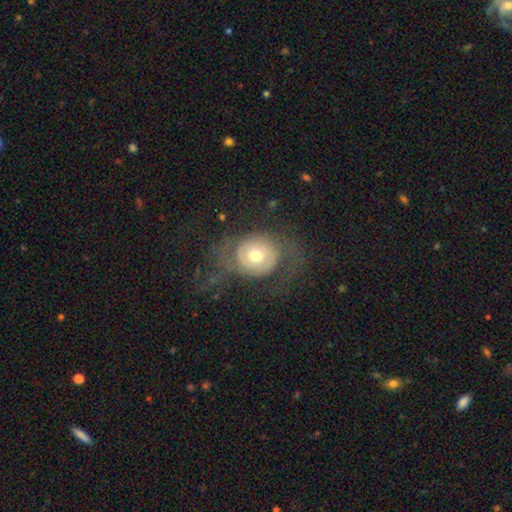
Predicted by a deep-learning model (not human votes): Smooth or featured? Predicted: featured or disk (p=0.59). Edge-on disk? Predicted: no (p=0.95). Bar? Predicted: no (p=0.78). Spiral arms? Predicted: yes (p=0.64). Bulge size? Predicted: moderate (p=0.72). Merging? Predicted: none (p=0.51).